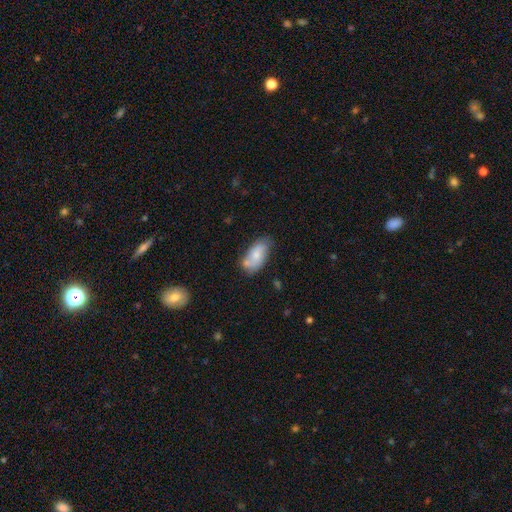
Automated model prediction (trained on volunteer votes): This appears to be a smooth galaxy with no disk features (60%) that is in between round and cigar-shaped (91%). Merging: none (58%).